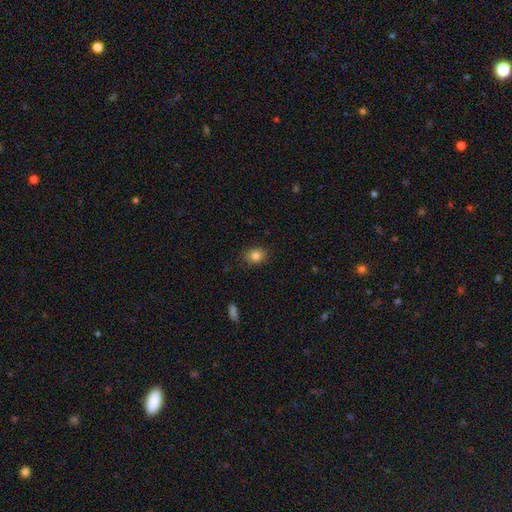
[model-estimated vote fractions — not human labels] Morphology: type=smooth (83%); roundness=in between (51%); merging=none (84%).